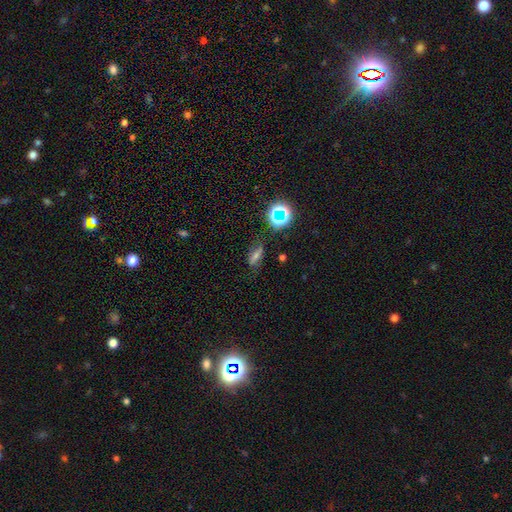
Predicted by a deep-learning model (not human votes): Smooth or featured?
  - smooth: 51% *
  - featured or disk: 26%
  - star or artifact: 23%
How rounded?
  - in between: 64% *
  - cigar-shaped: 25%
  - round: 11%
Merging?
  - none: 67% *
  - minor disturbance: 21%
  - major disturbance: 8%
  - merger: 3%